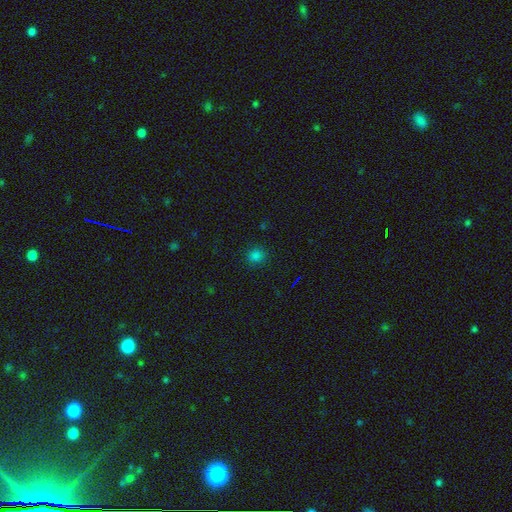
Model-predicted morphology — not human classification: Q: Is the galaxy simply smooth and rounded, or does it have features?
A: smooth — 79%.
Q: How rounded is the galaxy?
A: round — 84%.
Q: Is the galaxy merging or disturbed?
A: none — 89%.